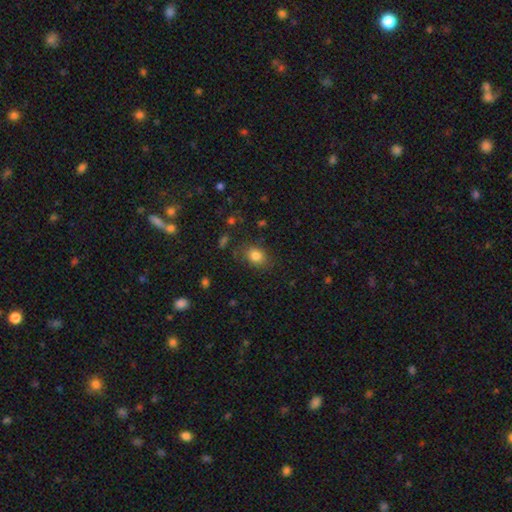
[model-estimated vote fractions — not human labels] Smooth or featured? Predicted: smooth (p=0.82). How rounded? Predicted: in between (p=0.60). Merging? Predicted: none (p=0.79).